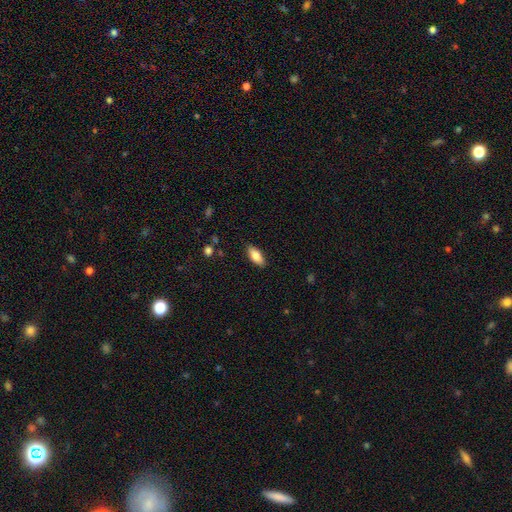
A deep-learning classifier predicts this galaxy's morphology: smooth_or_featured: smooth (p=0.83) [alt: featured or disk p=0.10]
how_rounded: in between (p=0.86) [alt: cigar-shaped p=0.12]
merging: none (p=0.88) [alt: minor disturbance p=0.09]